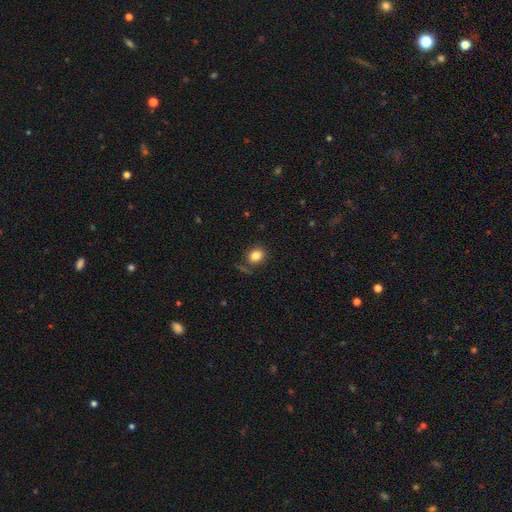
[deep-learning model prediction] Smooth or featured: smooth — 83% (star or artifact — 11%)
How rounded: round — 56% (in between — 43%)
Merging: none — 79% (minor disturbance — 13%)